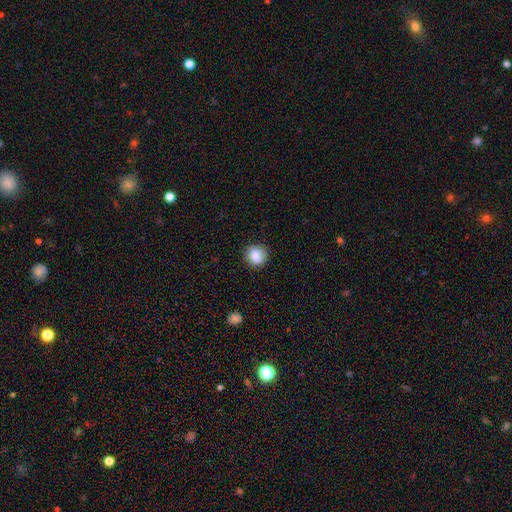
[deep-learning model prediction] smooth_or_featured: smooth (p=0.84) [alt: star or artifact p=0.08]
how_rounded: round (p=0.81) [alt: in between p=0.18]
merging: none (p=0.83) [alt: minor disturbance p=0.13]